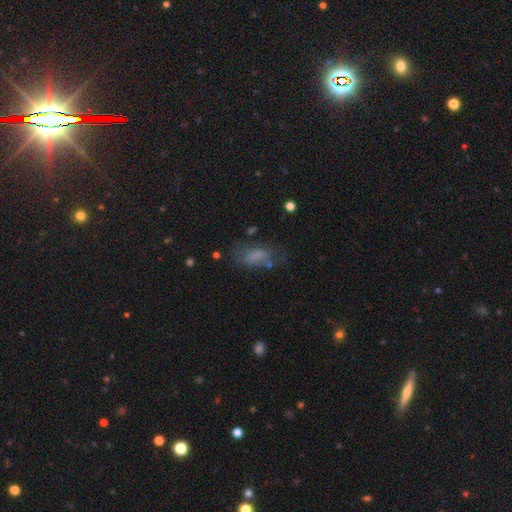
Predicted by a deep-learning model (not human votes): smooth_or_featured: smooth (p=0.67) [alt: featured or disk p=0.20]
how_rounded: in between (p=0.85) [alt: cigar-shaped p=0.09]
merging: none (p=0.49) [alt: minor disturbance p=0.24]